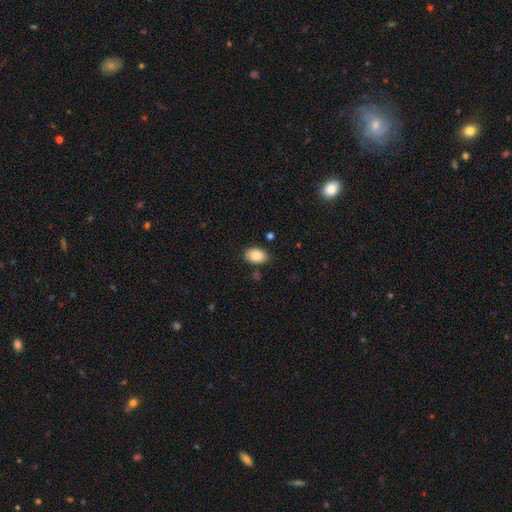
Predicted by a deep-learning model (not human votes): Smooth or featured?
  - smooth: 86% *
  - star or artifact: 7%
  - featured or disk: 7%
How rounded?
  - in between: 88% *
  - round: 11%
  - cigar-shaped: 1%
Merging?
  - none: 84% *
  - minor disturbance: 11%
  - merger: 3%
  - major disturbance: 2%